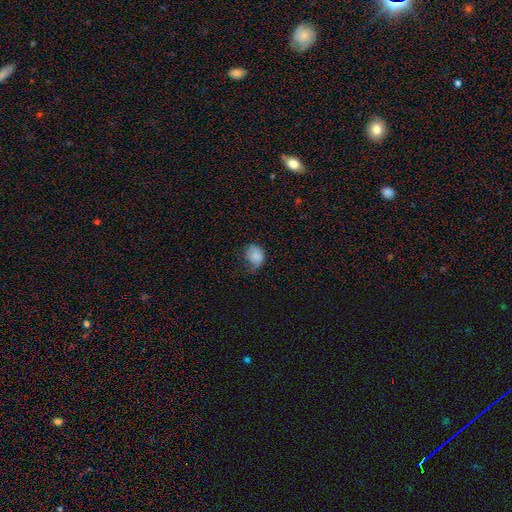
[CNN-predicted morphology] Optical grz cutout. It shows a smooth galaxy with no disk features (78%) that is in between round and cigar-shaped (50%). Merging: minor disturbance (39%).